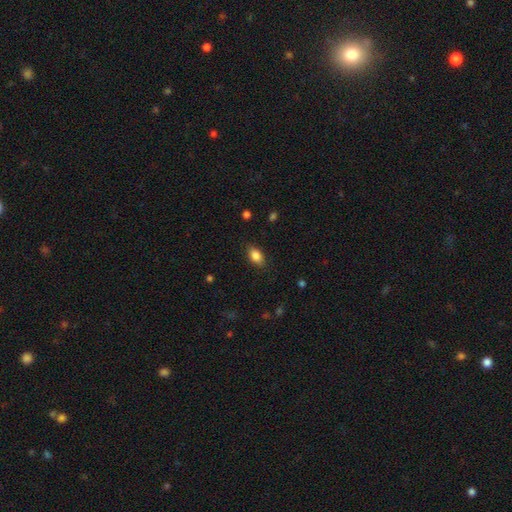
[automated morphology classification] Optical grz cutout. It shows a smooth galaxy with no disk features (85%) that is in between round and cigar-shaped (87%). Merging: none (85%).